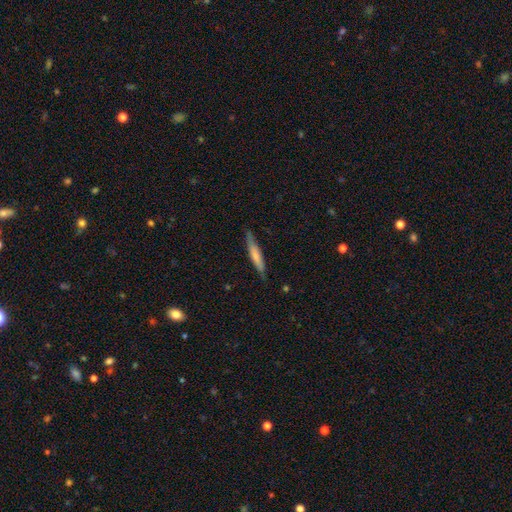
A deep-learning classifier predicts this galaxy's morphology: A smooth galaxy with no disk features (61%) that is cigar-shaped (91%). Merging: none (80%).